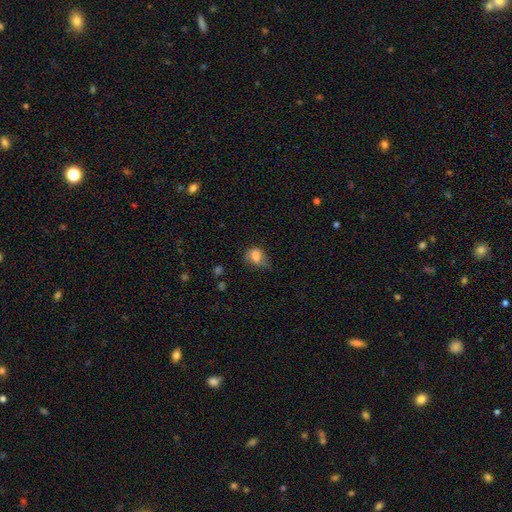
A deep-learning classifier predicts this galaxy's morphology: Q: Smooth or featured?
A: smooth (72%); runner-up: featured or disk (18%)
Q: How rounded?
A: in between (71%); runner-up: round (27%)
Q: Merging?
A: minor disturbance (37%); runner-up: none (35%)